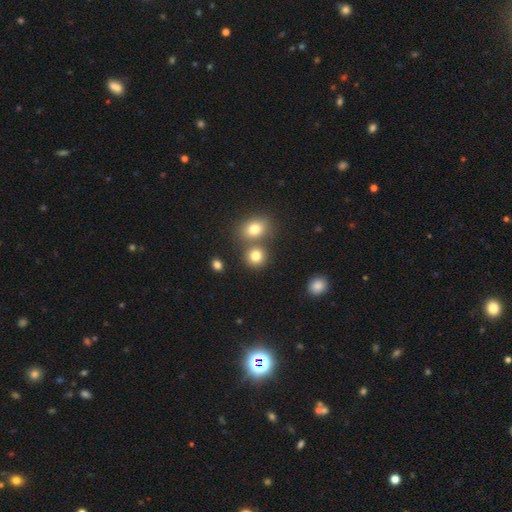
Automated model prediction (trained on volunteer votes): Overall: smooth (79%). How rounded: round (80%). Merging: none (59%; merger 29%).